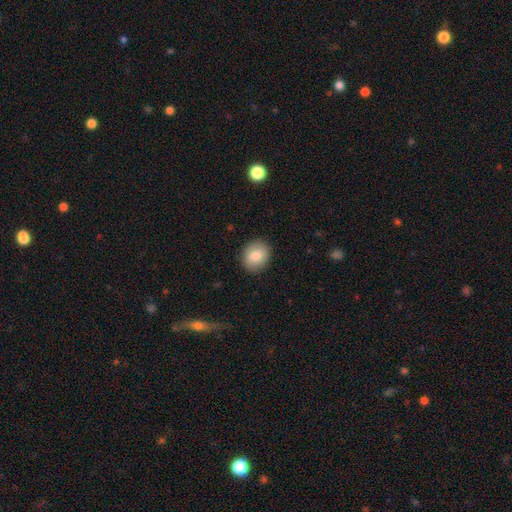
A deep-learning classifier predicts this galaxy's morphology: Smooth or featured?
  - smooth: 83% *
  - featured or disk: 9%
  - star or artifact: 8%
How rounded?
  - round: 68% *
  - in between: 31%
  - cigar-shaped: 1%
Merging?
  - none: 89% *
  - minor disturbance: 8%
  - major disturbance: 2%
  - merger: 1%